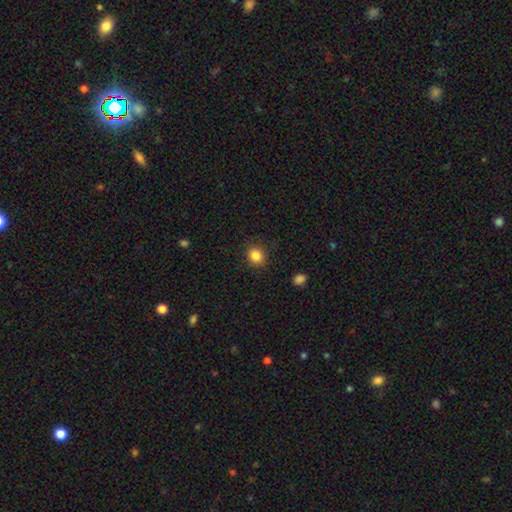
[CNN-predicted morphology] smooth_or_featured: smooth (p=0.85) [alt: star or artifact p=0.11]
how_rounded: round (p=0.78) [alt: in between p=0.21]
merging: none (p=0.88) [alt: minor disturbance p=0.08]